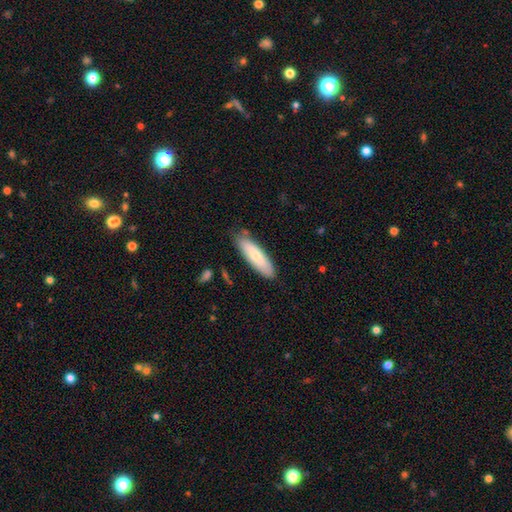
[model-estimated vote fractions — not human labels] Morphology: type=smooth (72%); roundness=cigar-shaped (56%); merging=none (80%).